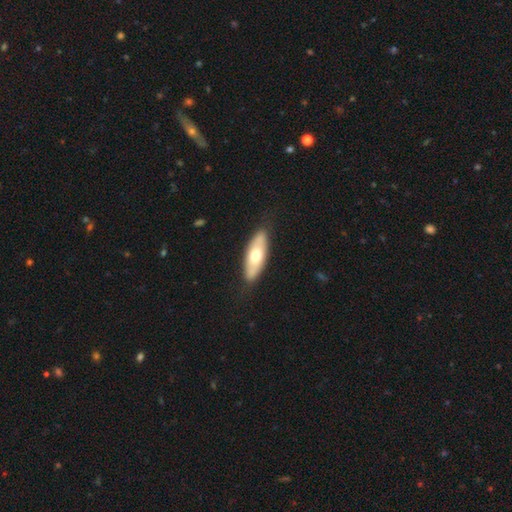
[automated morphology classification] smooth-or-featured: smooth: 60% | featured or disk: 35% | star or artifact: 5%
  how-rounded: in between: 70% | cigar-shaped: 28% | round: 2%
  merging: none: 83% | minor disturbance: 13% | major disturbance: 3% | merger: 1%